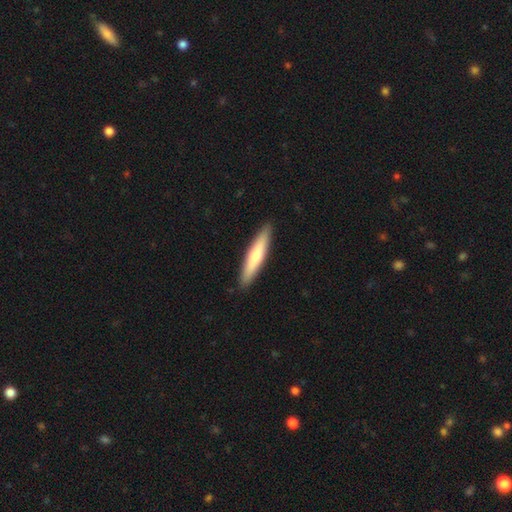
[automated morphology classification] Smooth or featured? Predicted: smooth (p=0.63). How rounded? Predicted: cigar-shaped (p=0.88). Merging? Predicted: none (p=0.91).